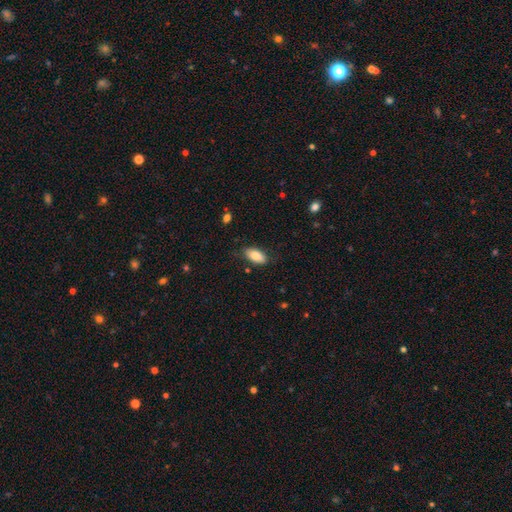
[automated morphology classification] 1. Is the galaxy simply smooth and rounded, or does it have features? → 83% smooth, 10% featured or disk, 7% star or artifact.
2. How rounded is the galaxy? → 91% in between, 7% cigar-shaped, 3% round.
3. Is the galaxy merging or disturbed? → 78% none, 17% minor disturbance, 4% major disturbance, 1% merger.